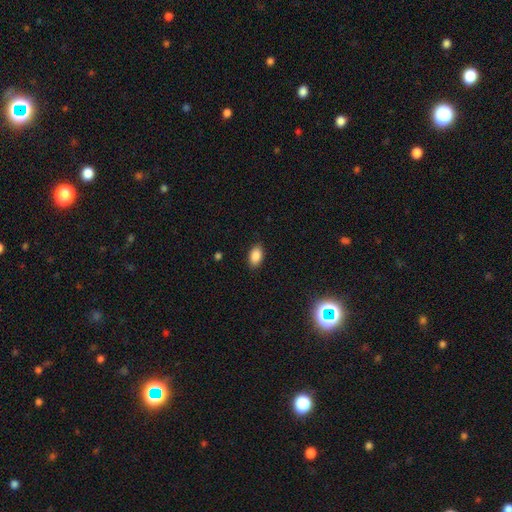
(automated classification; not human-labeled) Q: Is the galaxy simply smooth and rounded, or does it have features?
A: smooth — 88%.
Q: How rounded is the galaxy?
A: in between — 91%.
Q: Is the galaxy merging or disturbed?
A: none — 87%.